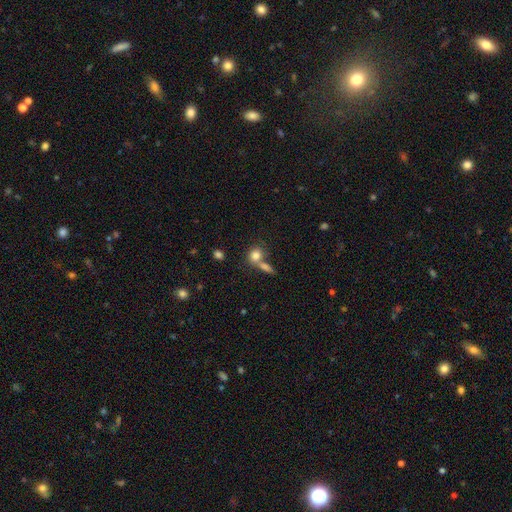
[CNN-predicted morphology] A smooth galaxy with no disk features (80%) that is round (67%). Merging: none (48%).